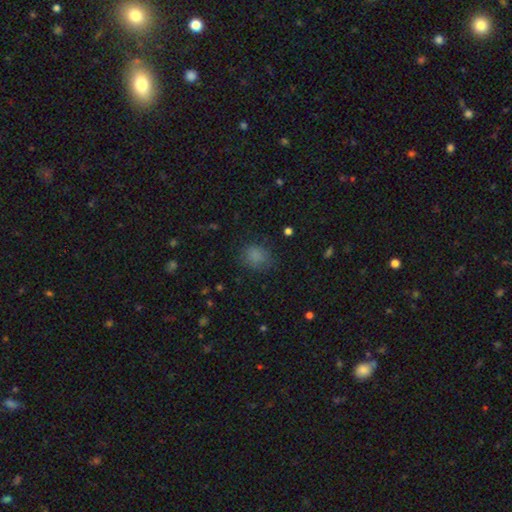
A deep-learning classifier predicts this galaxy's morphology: type=smooth (81%); roundness=round (61%); merging=none (74%).